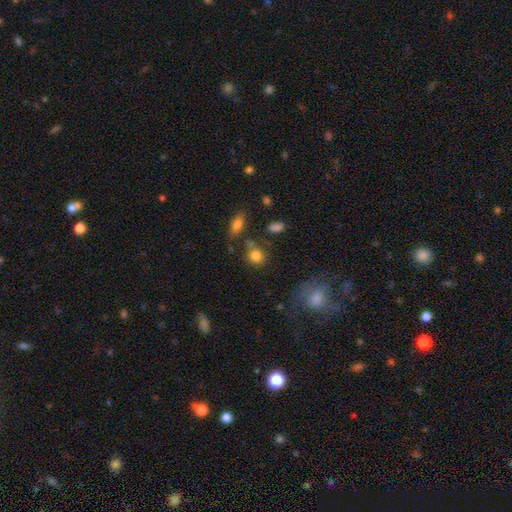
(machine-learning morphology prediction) smooth_or_featured: smooth (p=0.83) [alt: star or artifact p=0.11]
how_rounded: round (p=0.83) [alt: in between p=0.15]
merging: none (p=0.71) [alt: minor disturbance p=0.13]